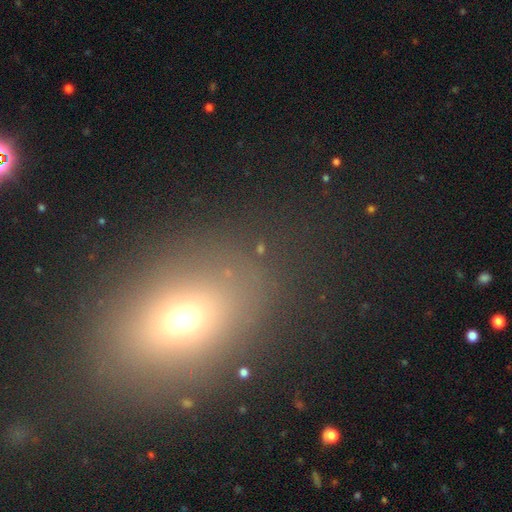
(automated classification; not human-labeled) Smooth or featured?
  - smooth: 61% *
  - star or artifact: 25%
  - featured or disk: 14%
How rounded?
  - in between: 63% *
  - round: 34%
  - cigar-shaped: 3%
Merging?
  - none: 83% *
  - minor disturbance: 9%
  - major disturbance: 5%
  - merger: 3%